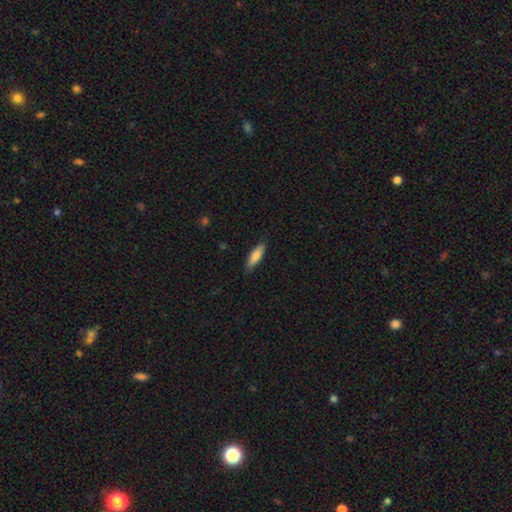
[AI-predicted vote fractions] The model was most divided on "how rounded": cigar-shaped: 56%, in between: 42%, round: 2%. More confident: merging — none (86%); smooth or featured — smooth (79%).